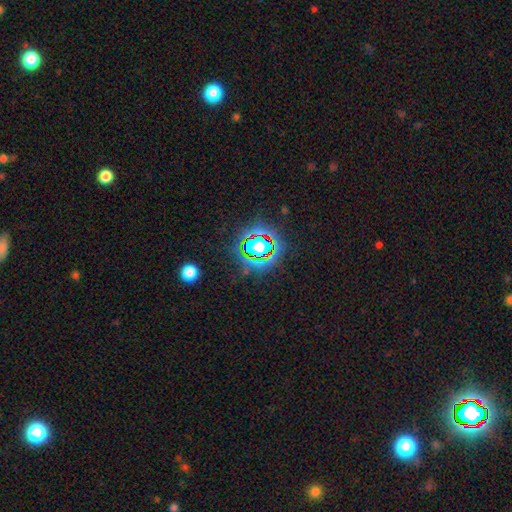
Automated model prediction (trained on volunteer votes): smooth-or-featured: star or artifact: 81% | smooth: 12% | featured or disk: 7%